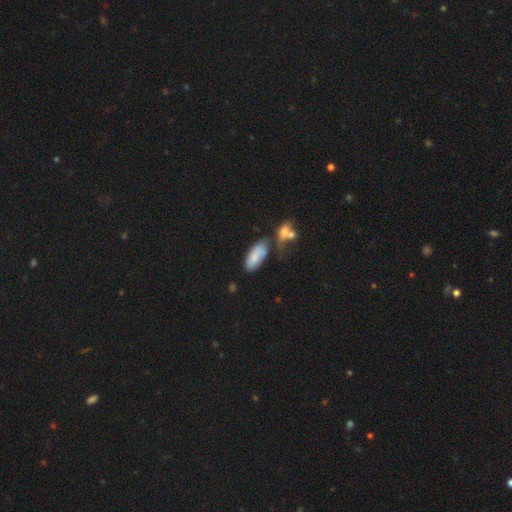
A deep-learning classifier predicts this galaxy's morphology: This appears to be a smooth galaxy with no disk features (75%) that is in between round and cigar-shaped (88%). Merging: none (46%).